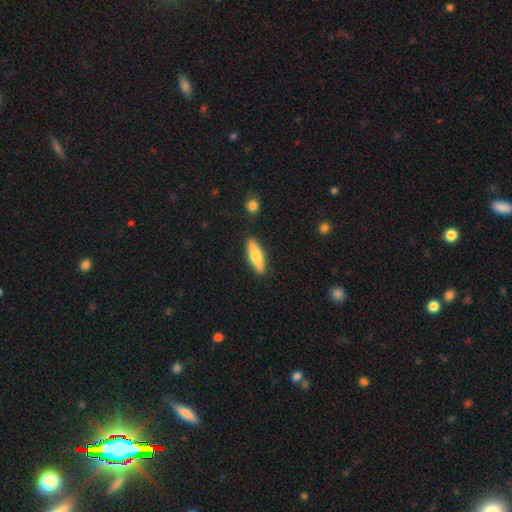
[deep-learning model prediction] Smooth or featured? Predicted: smooth (p=0.63). How rounded? Predicted: cigar-shaped (p=0.63). Merging? Predicted: none (p=0.87).